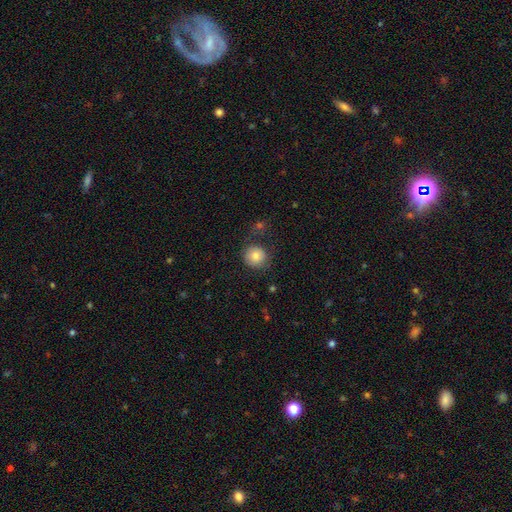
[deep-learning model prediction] smooth_or_featured: smooth (p=0.80) [alt: featured or disk p=0.10]
how_rounded: round (p=0.92) [alt: in between p=0.07]
merging: none (p=0.75) [alt: minor disturbance p=0.15]